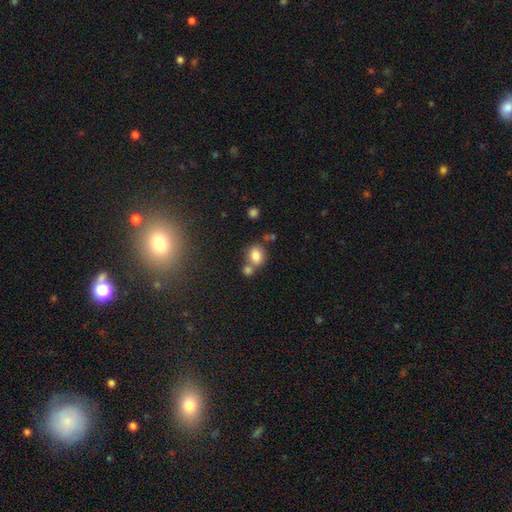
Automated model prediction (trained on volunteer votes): The model was most divided on "how rounded": in between: 52%, round: 47%, cigar-shaped: 1%. Remaining: smooth or featured — smooth (80%); merging — none (48%).